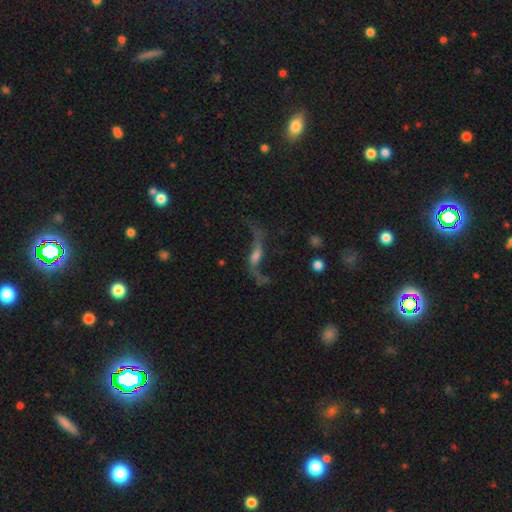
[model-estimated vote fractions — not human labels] Morphology: type=featured or disk (80%); edge-on=no (83%); bar=weak (40%); spiral arms=yes (91%); winding=loose (94%); arm count=2 (92%); bulge=moderate (36%); merging=none (59%).